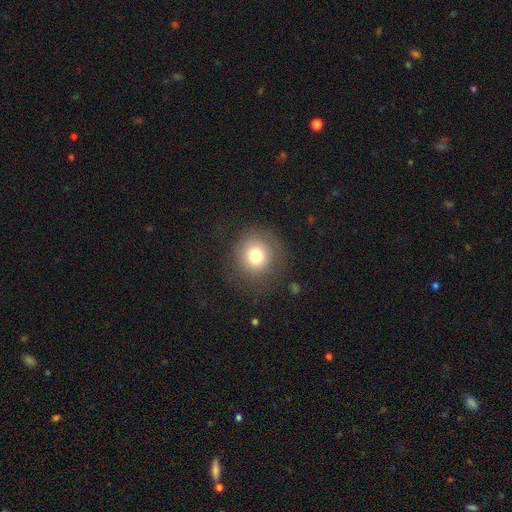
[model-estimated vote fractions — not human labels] Overall: smooth (75%). How rounded: round (92%). Merging: none (80%).